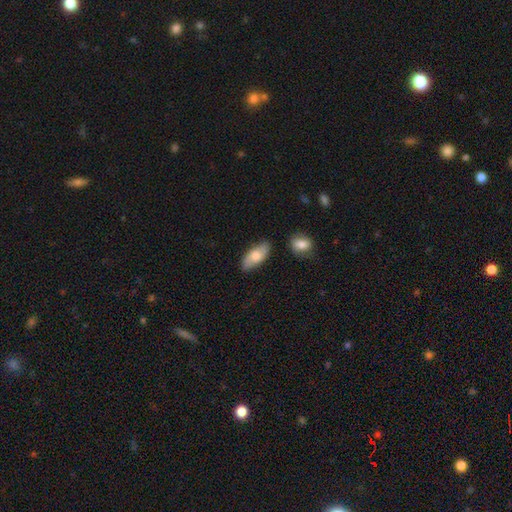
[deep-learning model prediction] Smooth or featured?
  - smooth: 64% *
  - featured or disk: 29%
  - star or artifact: 6%
How rounded?
  - in between: 88% *
  - cigar-shaped: 9%
  - round: 4%
Merging?
  - none: 79% *
  - minor disturbance: 14%
  - merger: 4%
  - major disturbance: 3%